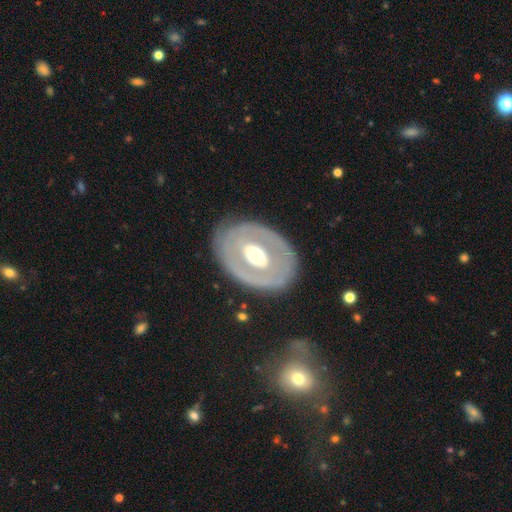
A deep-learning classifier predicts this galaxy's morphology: type=featured or disk (66%); edge-on=no (93%); bar=no (57%); spiral arms=no (77%); bulge=moderate (65%); merging=none (78%).